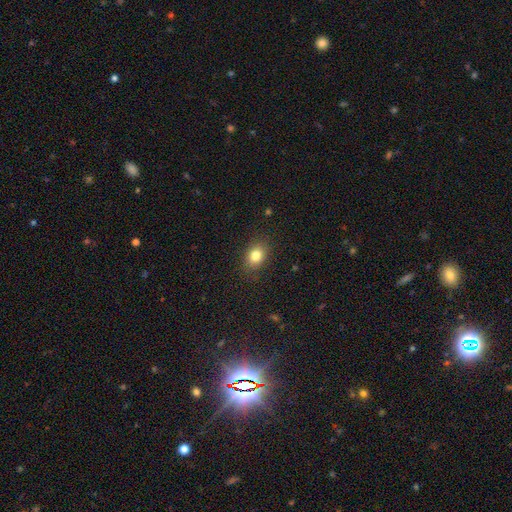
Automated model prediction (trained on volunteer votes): This is clearly a smooth galaxy (82%). How rounded: likely in between (65%). Merging: clearly none (87%).